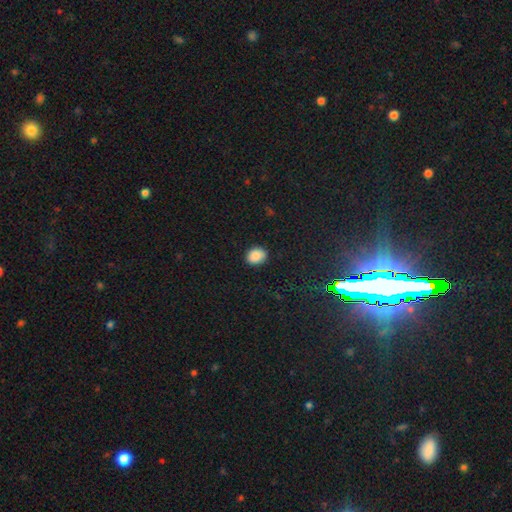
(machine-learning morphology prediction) Smooth or featured? Predicted: smooth (p=0.88). How rounded? Predicted: in between (p=0.54). Merging? Predicted: none (p=0.87).